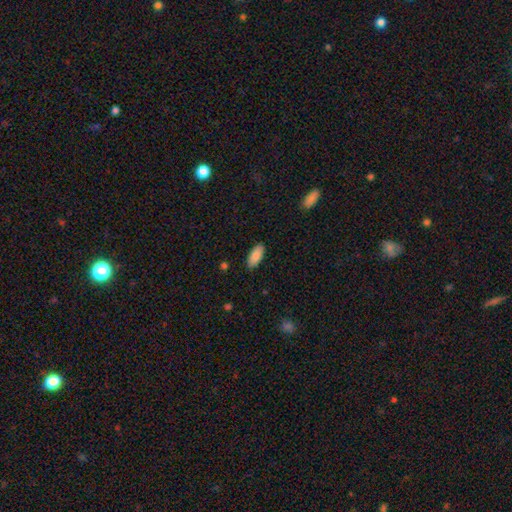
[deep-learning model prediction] smooth-or-featured: smooth: 87% | featured or disk: 7% | star or artifact: 6%
  how-rounded: in between: 87% | cigar-shaped: 11% | round: 2%
  merging: none: 88% | minor disturbance: 9% | major disturbance: 2% | merger: 1%